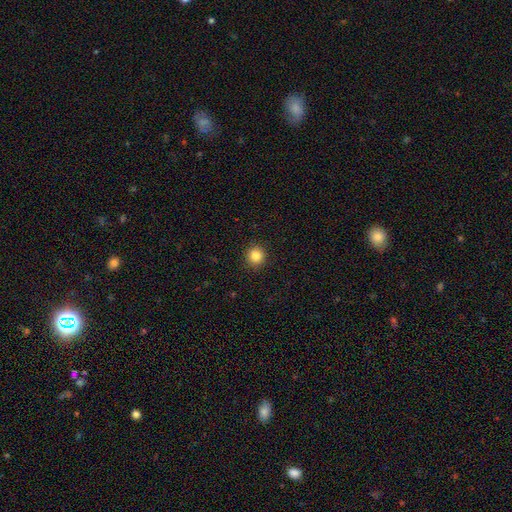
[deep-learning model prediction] This is clearly a smooth galaxy (85%). How rounded: clearly round (94%). Merging: clearly none (92%).